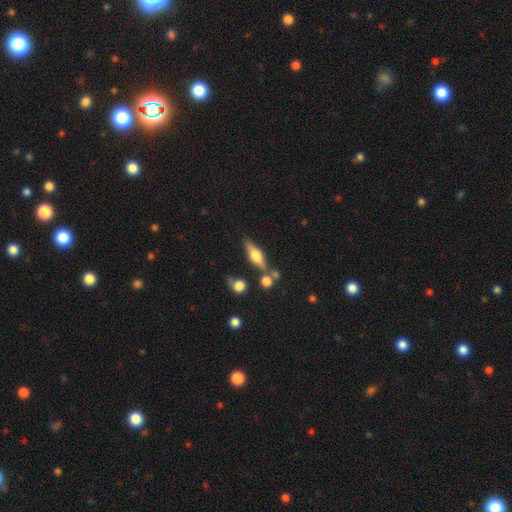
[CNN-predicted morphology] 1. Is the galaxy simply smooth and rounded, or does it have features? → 50% featured or disk, 41% smooth, 8% star or artifact.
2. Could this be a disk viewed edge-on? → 89% yes, 11% no.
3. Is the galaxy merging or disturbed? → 68% none, 14% minor disturbance, 12% merger, 5% major disturbance.